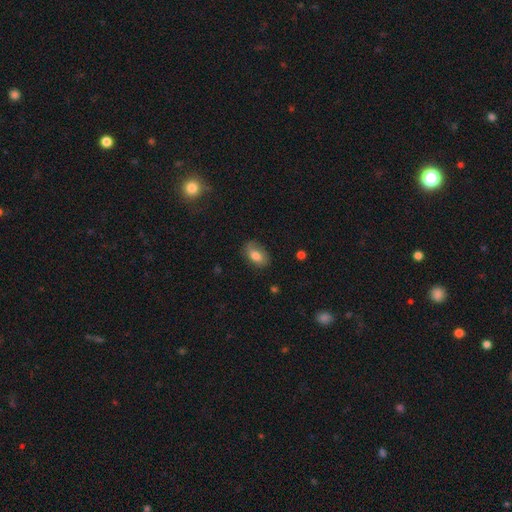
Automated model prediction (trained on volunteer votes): smooth 75%, featured or disk 17%, star or artifact 8%. Down the decision tree: how rounded — in between (89%); merging — none (73%).